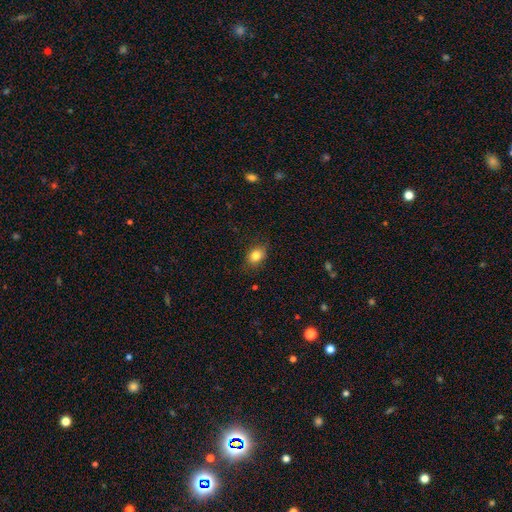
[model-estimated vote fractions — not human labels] Smooth or featured?
  - smooth: 82% *
  - star or artifact: 10%
  - featured or disk: 8%
How rounded?
  - in between: 61% *
  - round: 38%
  - cigar-shaped: 1%
Merging?
  - none: 79% *
  - minor disturbance: 16%
  - major disturbance: 3%
  - merger: 1%